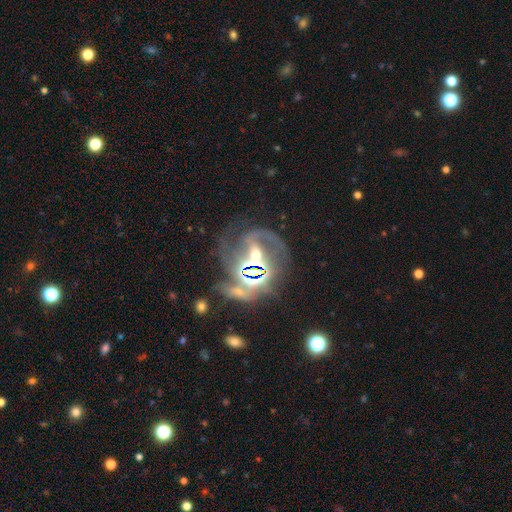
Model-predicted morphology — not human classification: Smooth or featured? Predicted: featured or disk (p=0.54). Edge-on disk? Predicted: no (p=0.95). Bar? Predicted: strong (p=0.43). Spiral arms? Predicted: yes (p=0.82). Bulge size? Predicted: moderate (p=0.58). Merging? Predicted: none (p=0.43).